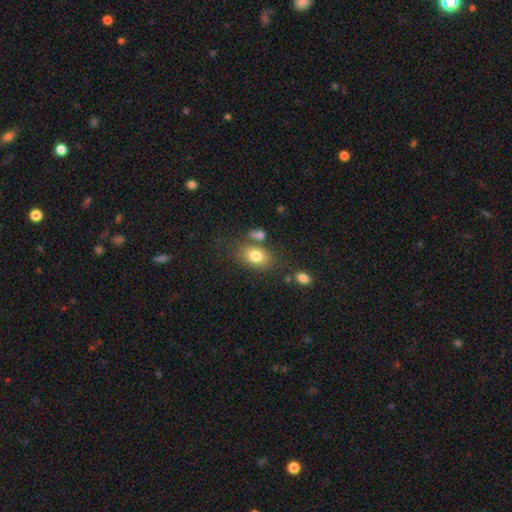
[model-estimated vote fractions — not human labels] This is clearly a smooth galaxy (80%). How rounded: clearly in between (80%). Merging: likely none (66%).